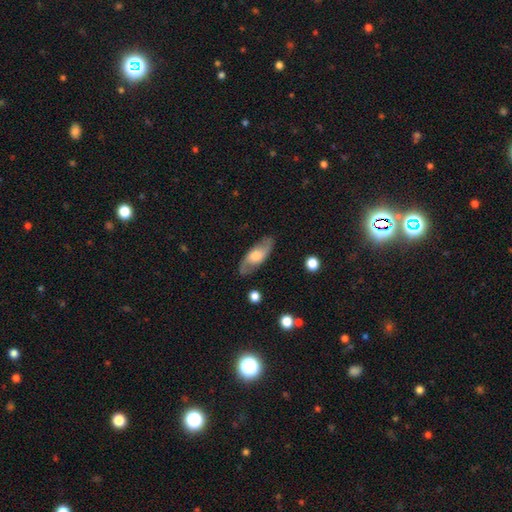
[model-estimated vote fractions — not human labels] smooth-or-featured: featured or disk: 57% | smooth: 36% | star or artifact: 6%
  disk-edge-on: no: 76% | yes: 24%
  merging: none: 83% | minor disturbance: 12% | major disturbance: 4% | merger: 1%